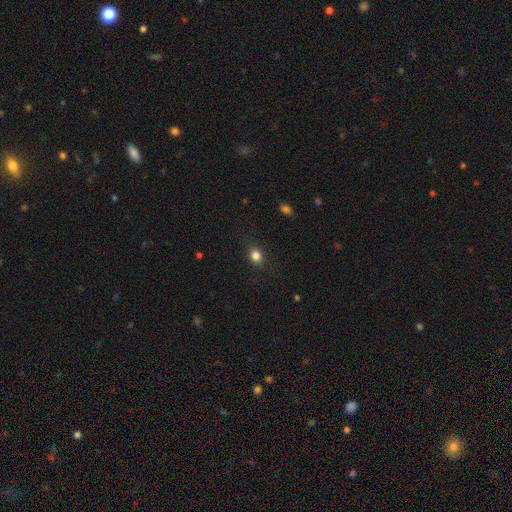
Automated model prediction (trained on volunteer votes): smooth-or-featured: smooth: 83% | star or artifact: 12% | featured or disk: 6%
  how-rounded: round: 60% | in between: 38% | cigar-shaped: 2%
  merging: none: 84% | minor disturbance: 12% | major disturbance: 4% | merger: 1%